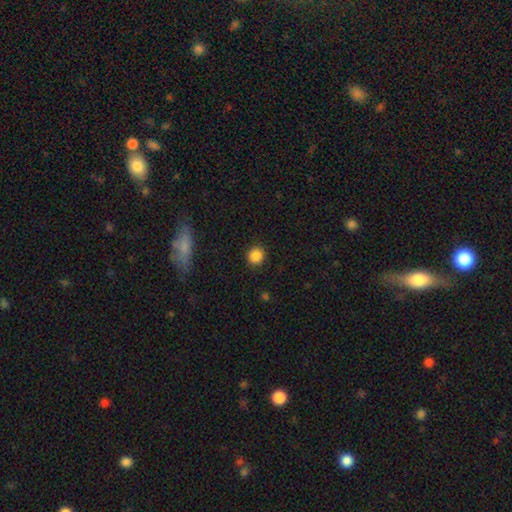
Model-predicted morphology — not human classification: Smooth or featured? Predicted: smooth (p=0.86). How rounded? Predicted: round (p=0.92). Merging? Predicted: none (p=0.90).